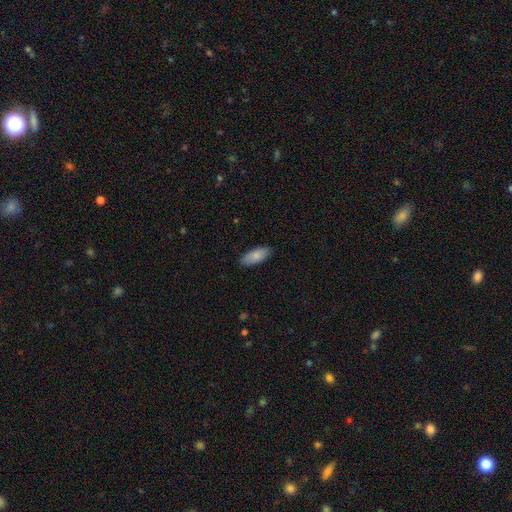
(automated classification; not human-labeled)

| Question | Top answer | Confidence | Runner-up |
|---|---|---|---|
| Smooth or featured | smooth | 85% | featured or disk (9%) |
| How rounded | in between | 83% | cigar-shaped (16%) |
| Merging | none | 88% | minor disturbance (9%) |